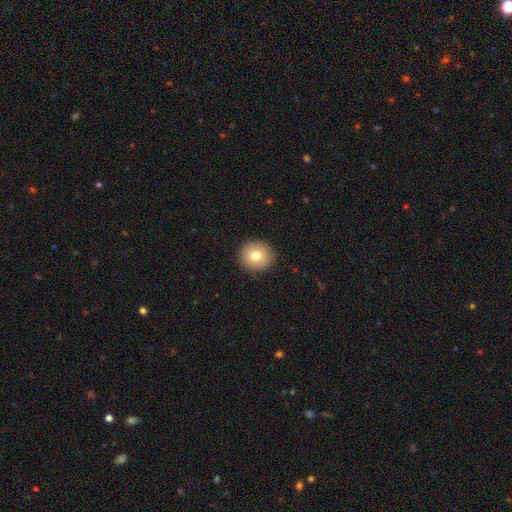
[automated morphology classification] type=smooth (77%); roundness=round (91%); merging=none (91%).